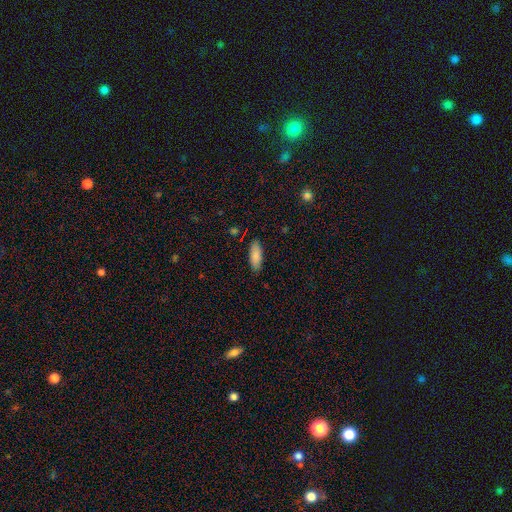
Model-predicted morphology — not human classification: Smooth or featured?
  - smooth: 87% *
  - featured or disk: 7%
  - star or artifact: 6%
How rounded?
  - in between: 72% *
  - cigar-shaped: 27%
  - round: 2%
Merging?
  - none: 86% *
  - minor disturbance: 10%
  - major disturbance: 2%
  - merger: 1%